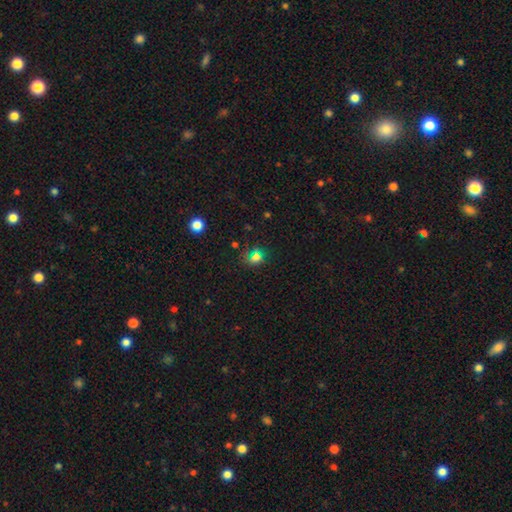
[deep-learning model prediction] Smooth or featured? smooth (52%)
How rounded? round (67%)
Merging? none (74%)